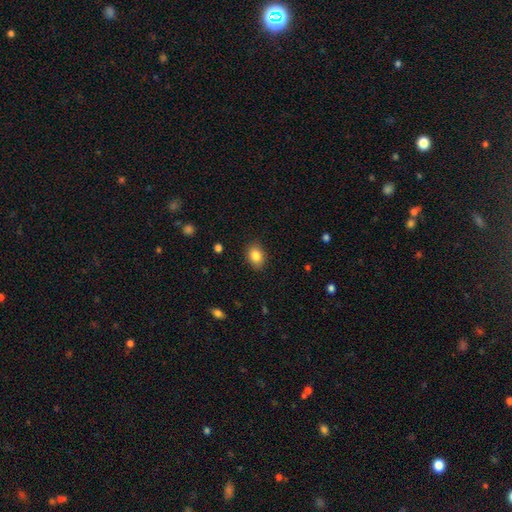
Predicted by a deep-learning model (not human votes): Q: Smooth or featured?
A: smooth (85%); runner-up: star or artifact (9%)
Q: How rounded?
A: in between (69%); runner-up: round (30%)
Q: Merging?
A: none (86%); runner-up: minor disturbance (10%)